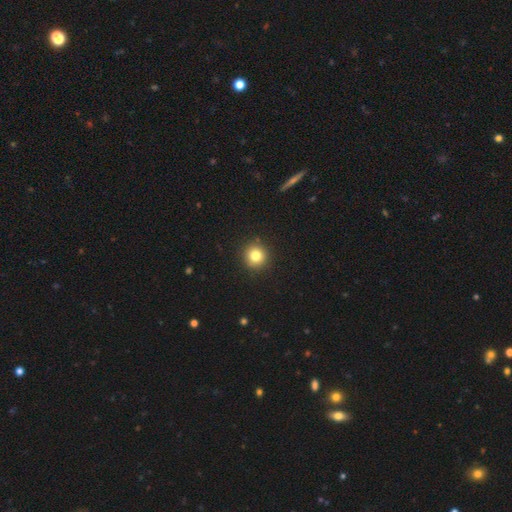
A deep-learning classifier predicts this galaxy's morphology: Smooth or featured: smooth — 81% (star or artifact — 12%)
How rounded: round — 94% (in between — 5%)
Merging: none — 92% (minor disturbance — 5%)